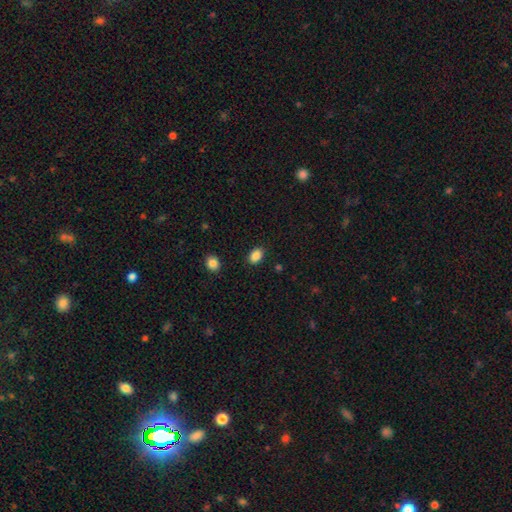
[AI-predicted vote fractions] smooth 87%, star or artifact 9%, featured or disk 4%. Down the decision tree: how rounded — in between (79%); merging — none (87%).